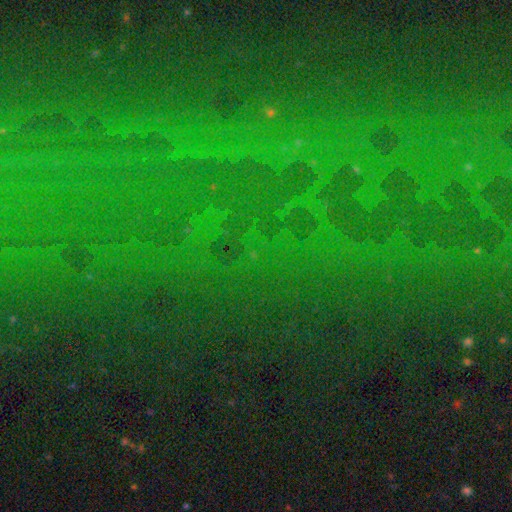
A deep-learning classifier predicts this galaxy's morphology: The model was most divided on "smooth or featured": star or artifact: 83%, smooth: 9%, featured or disk: 8%.